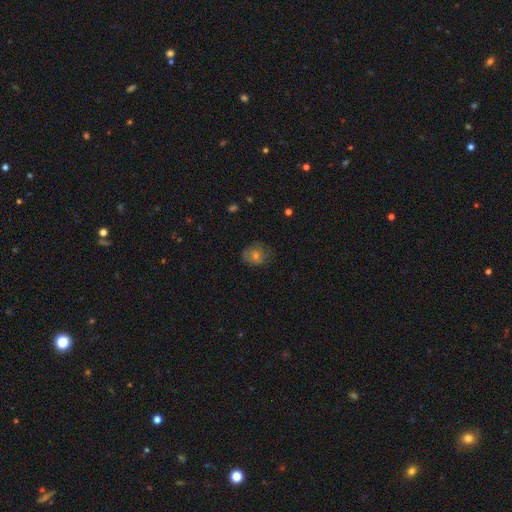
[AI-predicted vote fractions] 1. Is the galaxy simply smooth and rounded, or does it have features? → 58% smooth, 27% featured or disk, 15% star or artifact.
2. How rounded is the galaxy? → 67% round, 32% in between, 1% cigar-shaped.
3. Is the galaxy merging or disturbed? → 72% none, 19% minor disturbance, 7% major disturbance, 1% merger.